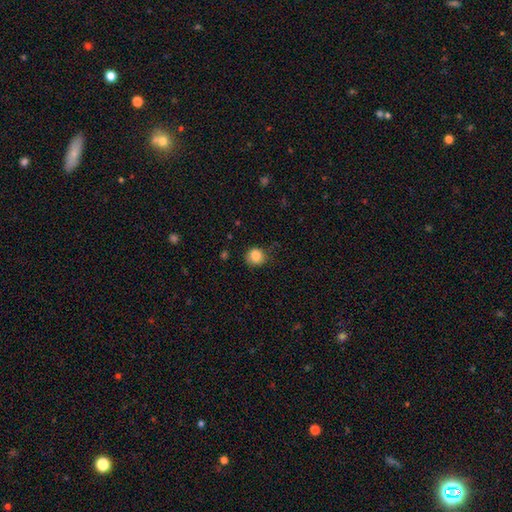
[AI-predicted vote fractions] Smooth or featured?
  - smooth: 85% *
  - star or artifact: 10%
  - featured or disk: 5%
How rounded?
  - round: 80% *
  - in between: 19%
  - cigar-shaped: 1%
Merging?
  - none: 72% *
  - minor disturbance: 22%
  - major disturbance: 5%
  - merger: 1%